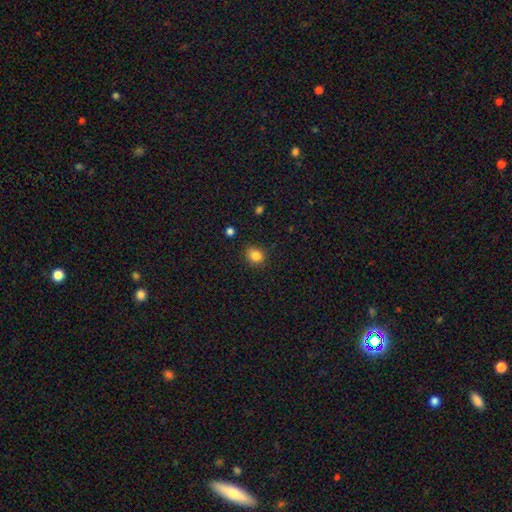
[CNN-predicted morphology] Smooth or featured: smooth — 85% (star or artifact — 10%)
How rounded: round — 64% (in between — 35%)
Merging: none — 83% (minor disturbance — 12%)